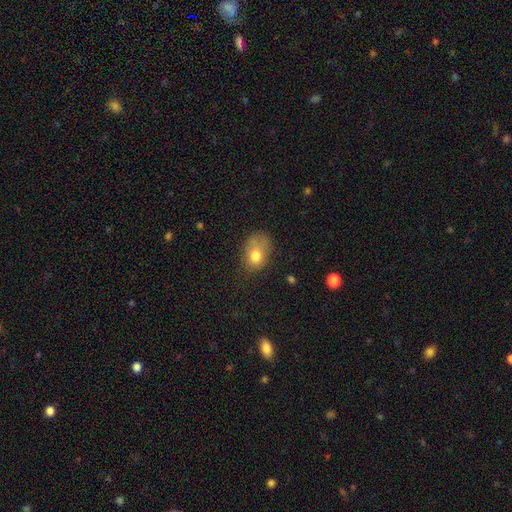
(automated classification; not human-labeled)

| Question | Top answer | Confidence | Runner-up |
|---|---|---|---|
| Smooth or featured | smooth | 76% | featured or disk (15%) |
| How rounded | in between | 75% | round (24%) |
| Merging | none | 39% | minor disturbance (35%) |